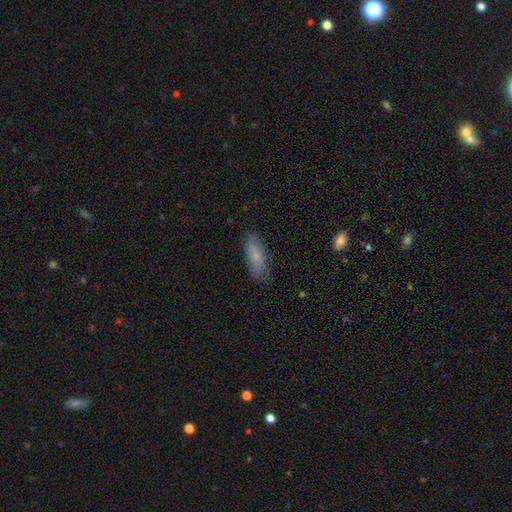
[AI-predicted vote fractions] smooth 77%, featured or disk 16%, star or artifact 7%. Down the decision tree: how rounded — in between (64%); merging — none (79%).